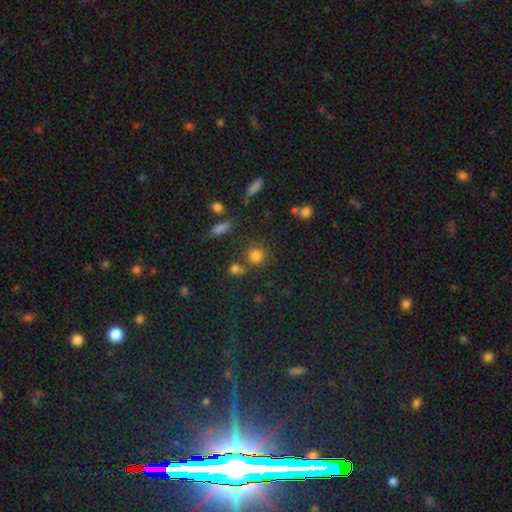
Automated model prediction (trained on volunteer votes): This appears to be a smooth galaxy with no disk features (78%) that is round (87%). Merging: none (70%).